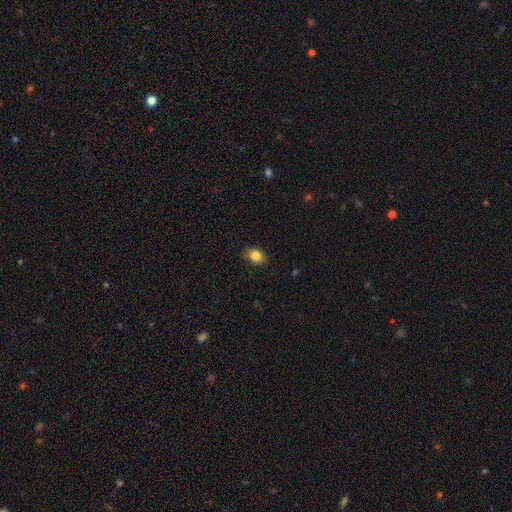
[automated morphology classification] This appears to be a smooth galaxy with no disk features (85%) that is in between round and cigar-shaped (72%). Merging: none (84%).